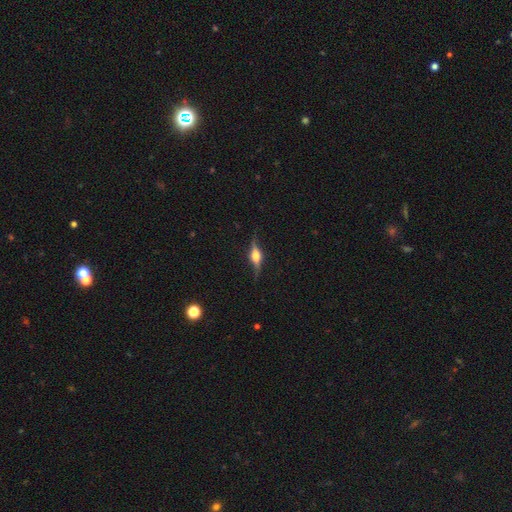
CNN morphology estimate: Smooth or featured? Predicted: featured or disk (p=0.76). Edge-on disk? Predicted: yes (p=0.91). Edge-on bulge? Predicted: rounded (p=0.90). Merging? Predicted: none (p=0.78).